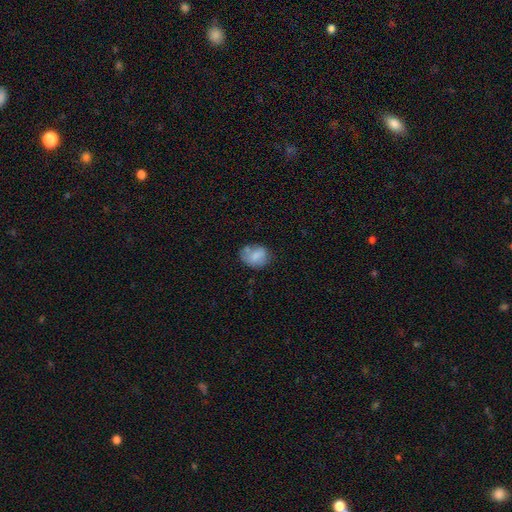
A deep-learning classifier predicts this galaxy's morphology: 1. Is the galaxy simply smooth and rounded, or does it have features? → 73% smooth, 18% featured or disk, 9% star or artifact.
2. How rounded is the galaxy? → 53% in between, 46% round, 1% cigar-shaped.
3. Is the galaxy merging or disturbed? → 49% none, 29% minor disturbance, 12% major disturbance, 9% merger.